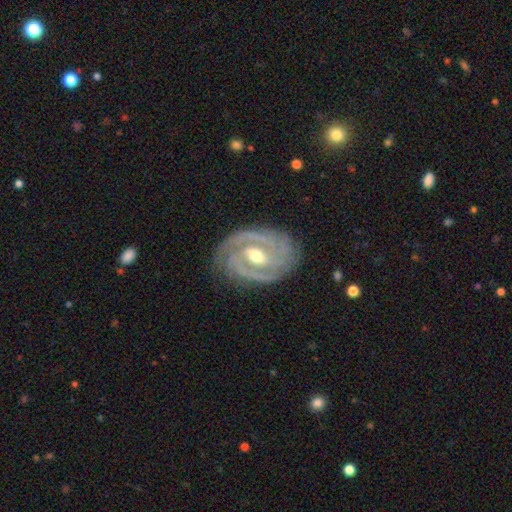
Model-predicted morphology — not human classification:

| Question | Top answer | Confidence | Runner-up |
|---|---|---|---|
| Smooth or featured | featured or disk | 91% | smooth (5%) |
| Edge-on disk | no | 97% | yes (3%) |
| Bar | weak | 47% | strong (32%) |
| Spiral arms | yes | 98% | no (2%) |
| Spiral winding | tight | 67% | medium (29%) |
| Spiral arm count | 2 | 45% | 3 (28%) |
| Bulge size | moderate | 69% | small (26%) |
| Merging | none | 81% | minor disturbance (14%) |